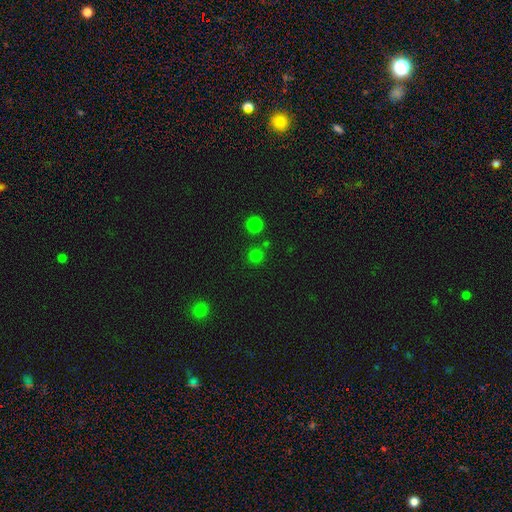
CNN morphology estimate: A smooth galaxy with no disk features (73%) that is round (93%). Merging: none (81%).